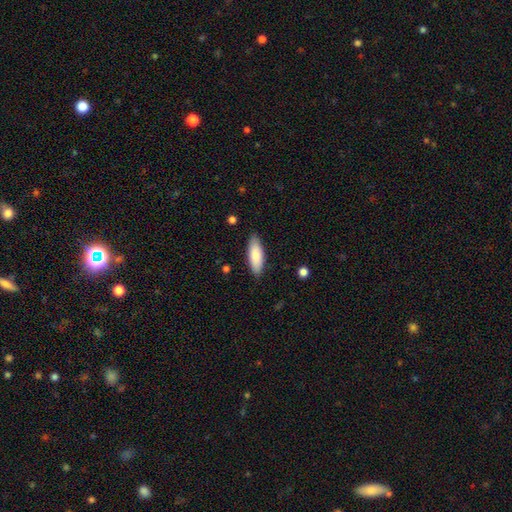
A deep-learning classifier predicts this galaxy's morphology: Q: Smooth or featured?
A: smooth (82%); runner-up: featured or disk (13%)
Q: How rounded?
A: in between (66%); runner-up: cigar-shaped (32%)
Q: Merging?
A: none (87%); runner-up: minor disturbance (10%)